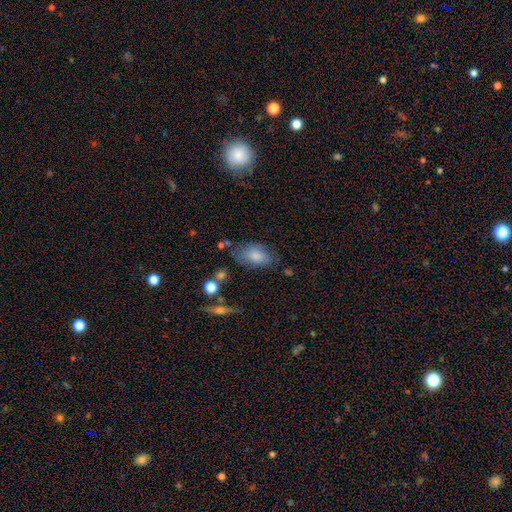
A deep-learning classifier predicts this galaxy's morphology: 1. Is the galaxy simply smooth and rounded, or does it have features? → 79% smooth, 14% featured or disk, 8% star or artifact.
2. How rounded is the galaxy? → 90% in between, 8% round, 2% cigar-shaped.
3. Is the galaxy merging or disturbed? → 59% none, 26% minor disturbance, 10% major disturbance, 5% merger.